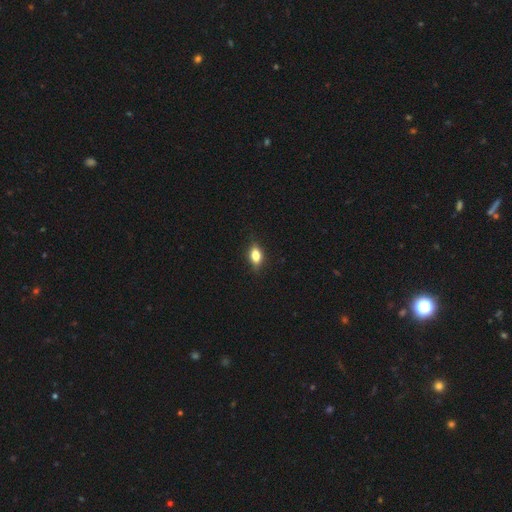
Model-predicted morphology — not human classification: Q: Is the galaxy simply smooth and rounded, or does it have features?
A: smooth — 75%.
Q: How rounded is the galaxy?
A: in between — 80%.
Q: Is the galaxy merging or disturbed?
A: none — 83%.